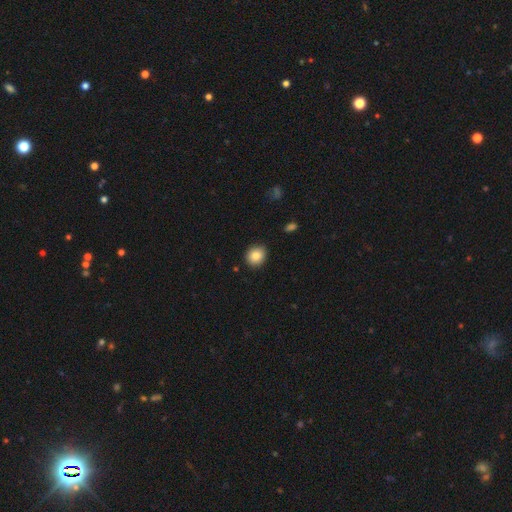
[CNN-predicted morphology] Overall: smooth (85%). How rounded: round (74%). Merging: none (88%).